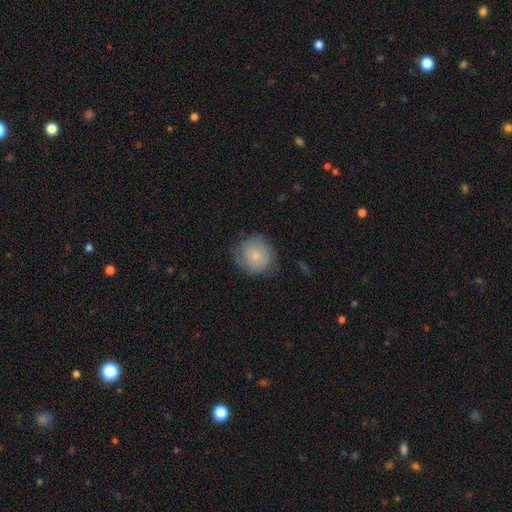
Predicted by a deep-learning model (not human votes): The model was most divided on "merging": none: 74%, minor disturbance: 20%, major disturbance: 5%, merger: 1%. More confident: how rounded — round (90%); smooth or featured — smooth (80%).